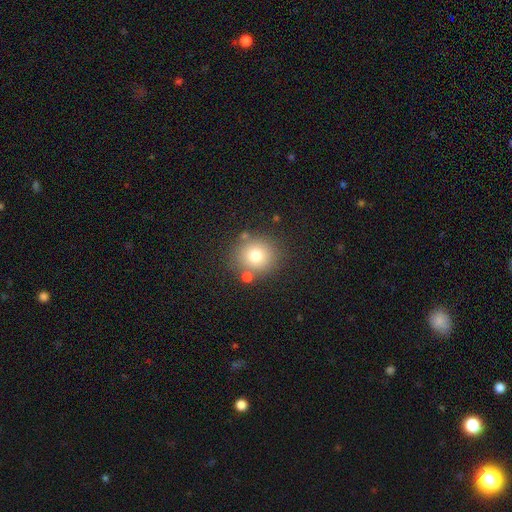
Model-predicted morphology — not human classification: type=smooth (76%); roundness=round (87%); merging=none (78%).